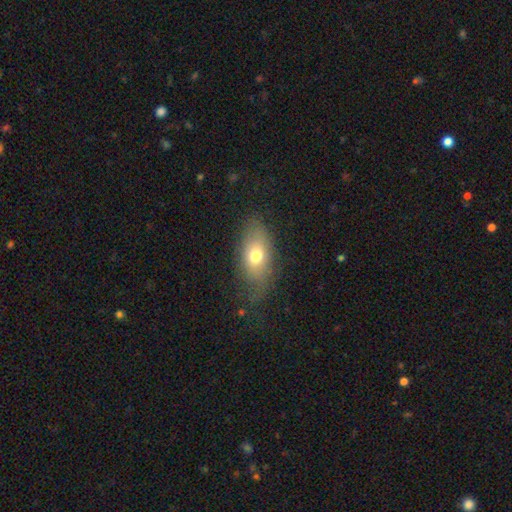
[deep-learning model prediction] Morphology: type=smooth (69%); roundness=in between (86%); merging=none (66%).